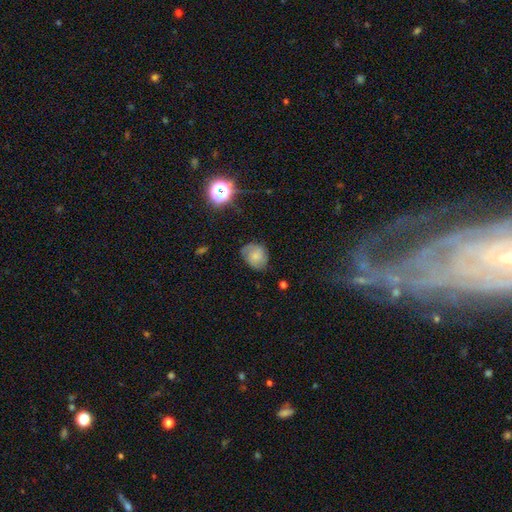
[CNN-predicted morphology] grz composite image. It shows a smooth galaxy with no disk features (57%) that is round (55%). Merging: none (65%).